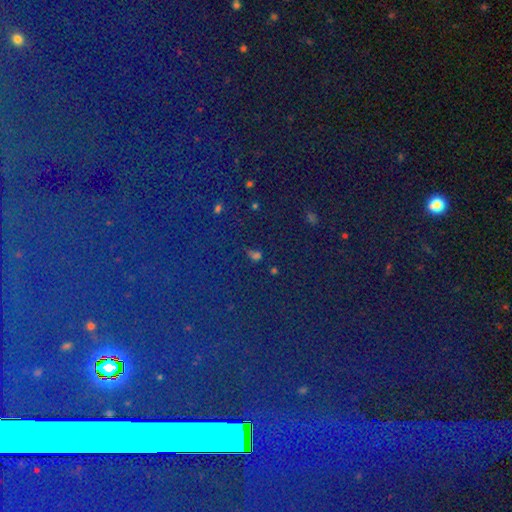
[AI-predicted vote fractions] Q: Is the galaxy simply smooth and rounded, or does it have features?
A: star or artifact — 59%.